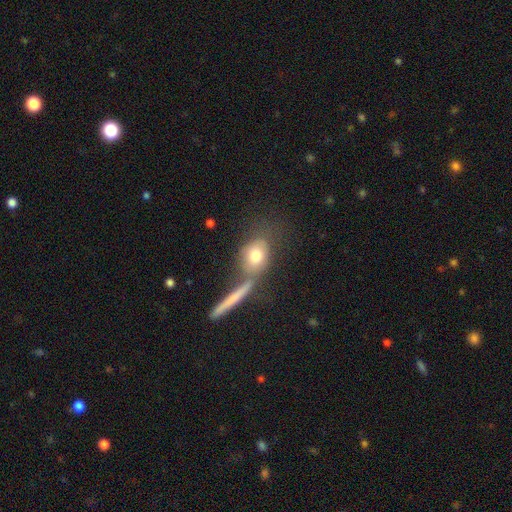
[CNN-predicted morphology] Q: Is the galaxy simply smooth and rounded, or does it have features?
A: smooth — 71%.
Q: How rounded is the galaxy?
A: in between — 47%.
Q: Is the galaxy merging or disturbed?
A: none — 53%.